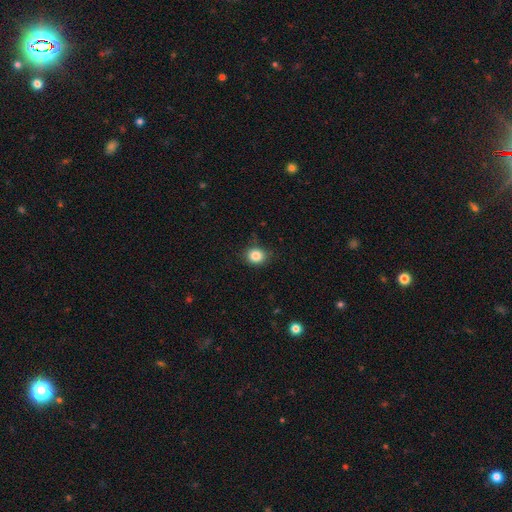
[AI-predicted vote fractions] Morphology: type=smooth (84%); roundness=round (77%); merging=none (81%).